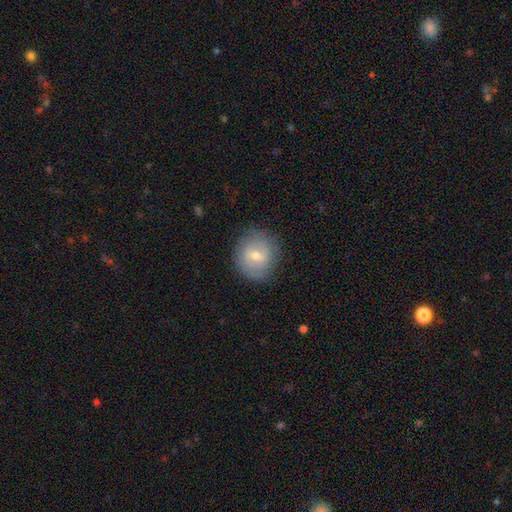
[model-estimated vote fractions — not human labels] The model was most divided on "smooth or featured": smooth: 55%, featured or disk: 37%, star or artifact: 8%. More confident: how rounded — round (83%); merging — none (82%).